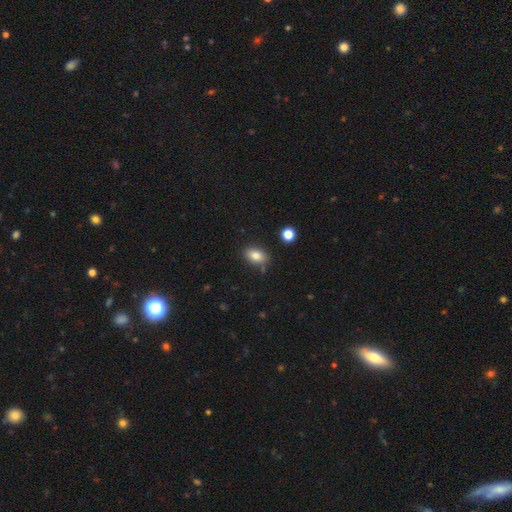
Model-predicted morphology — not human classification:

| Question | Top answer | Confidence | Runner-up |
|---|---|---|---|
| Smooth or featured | smooth | 82% | star or artifact (9%) |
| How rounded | in between | 84% | round (14%) |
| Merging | none | 80% | minor disturbance (13%) |